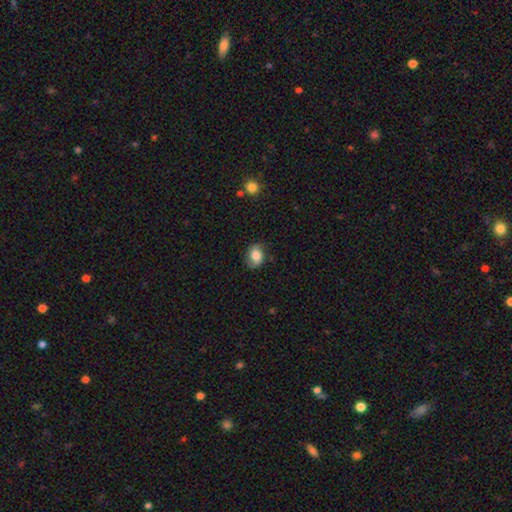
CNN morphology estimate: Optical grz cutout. It shows a smooth galaxy with no disk features (62%) that is in between round and cigar-shaped (71%). Merging: none (72%).